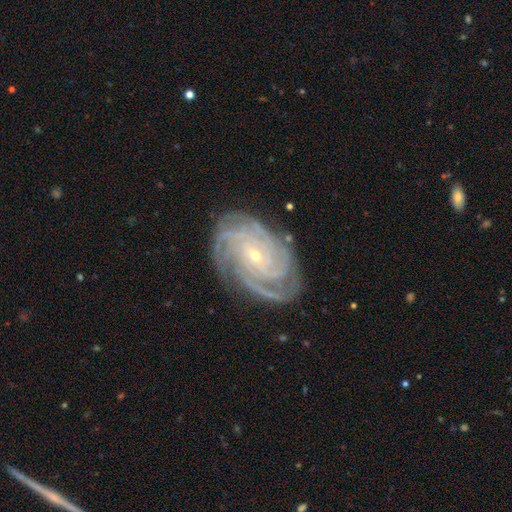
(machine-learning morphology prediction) Smooth or featured? Predicted: featured or disk (p=0.90). Edge-on disk? Predicted: no (p=0.97). Bar? Predicted: no (p=0.61). Spiral arms? Predicted: yes (p=0.98). Spiral winding? Predicted: tight (p=0.74). Spiral arm count? Predicted: 4 (p=0.34). Bulge size? Predicted: small (p=0.80). Merging? Predicted: none (p=0.79).